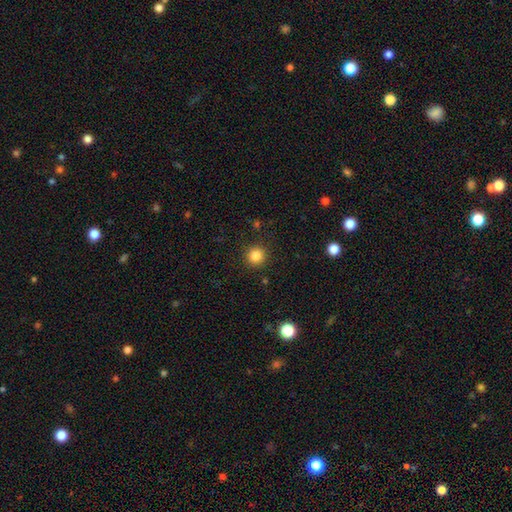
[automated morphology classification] smooth 84%, star or artifact 11%, featured or disk 4%. Down the decision tree: how rounded — round (93%); merging — none (91%).